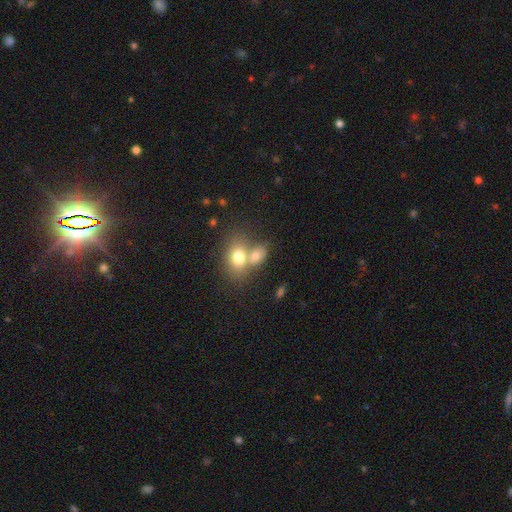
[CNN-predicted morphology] Q: Smooth or featured?
A: smooth (76%); runner-up: featured or disk (15%)
Q: How rounded?
A: in between (76%); runner-up: round (22%)
Q: Merging?
A: merger (54%); runner-up: none (33%)